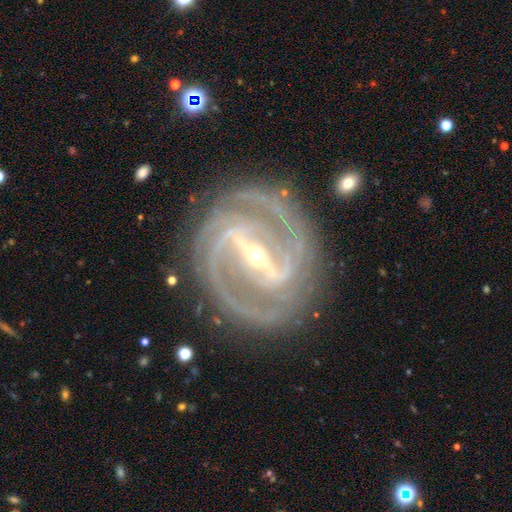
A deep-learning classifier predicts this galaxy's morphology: smooth_or_featured: featured or disk (p=0.93) [alt: star or artifact p=0.04]
disk_edge_on: no (p=0.96) [alt: yes p=0.04]
bar: strong (p=0.82) [alt: weak p=0.14]
has_spiral_arms: yes (p=0.98) [alt: no p=0.02]
spiral_winding: tight (p=0.62) [alt: medium p=0.34]
spiral_arm_count: 2 (p=0.59) [alt: 3 p=0.18]
bulge_size: small (p=0.70) [alt: moderate p=0.27]
merging: none (p=0.83) [alt: minor disturbance p=0.11]